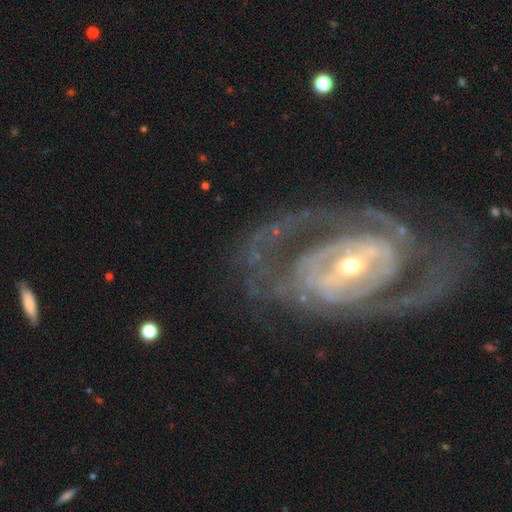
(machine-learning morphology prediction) This is clearly a featured or disk galaxy (87%). It is clearly not viewed edge-on (95%). Bar: marginally strong (44%). Spiral arm pattern: clearly yes (86%). Spiral arm count: possibly 2 (45%). Spiral winding: possibly tight (54%). Central bulge: possibly small (56%). Merging: likely none (62%).